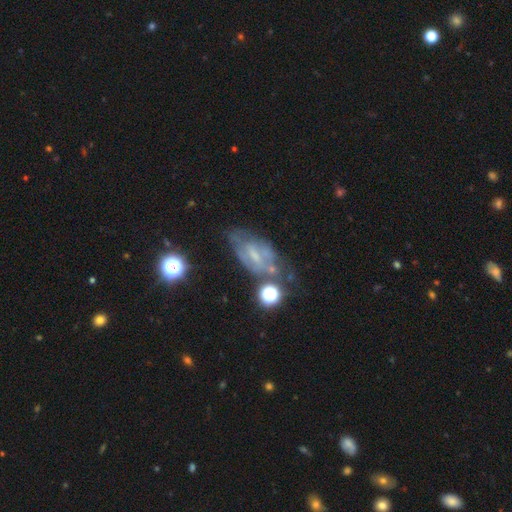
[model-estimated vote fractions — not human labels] This appears to be a featured or disk galaxy (61%) with a weak bar (45%), spiral arms (53%) and a small central bulge (47%). Merging: none (47%).